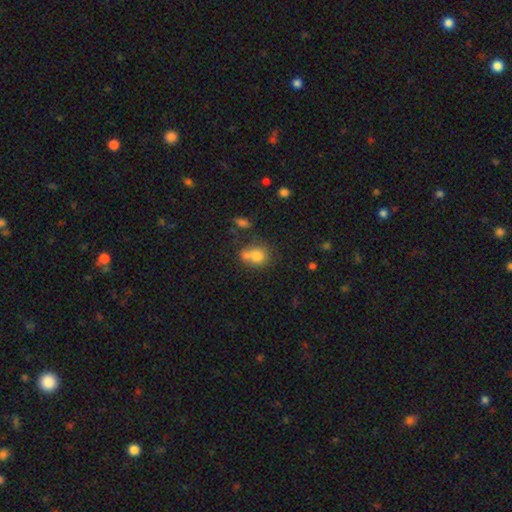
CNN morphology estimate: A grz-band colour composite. It shows a smooth galaxy with no disk features (76%) that is round (51%). Merging: merger (37%).